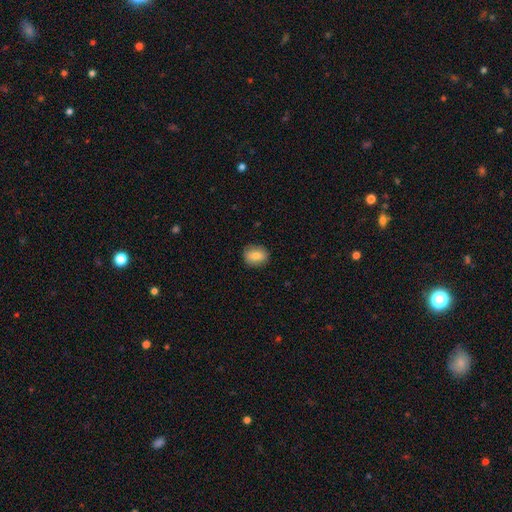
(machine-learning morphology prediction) This appears to be a smooth galaxy with no disk features (82%) that is round (51%). Merging: none (87%).